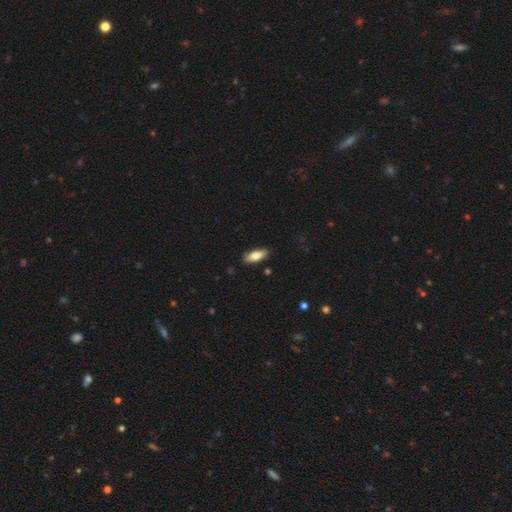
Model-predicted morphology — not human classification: Q: Smooth or featured?
A: smooth (76%); runner-up: featured or disk (18%)
Q: How rounded?
A: in between (77%); runner-up: cigar-shaped (20%)
Q: Merging?
A: none (86%); runner-up: minor disturbance (11%)